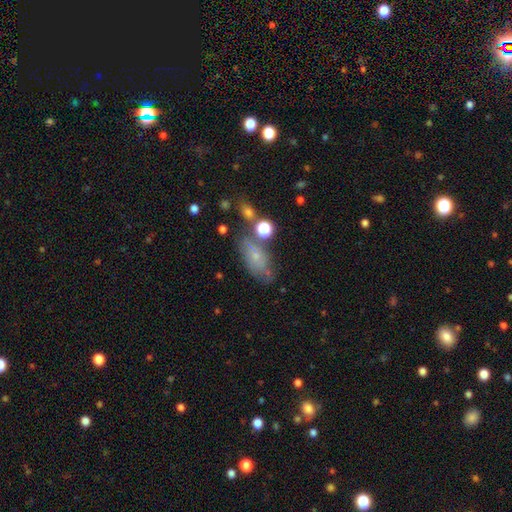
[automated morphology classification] smooth-or-featured: smooth: 55% | featured or disk: 31% | star or artifact: 14%
  how-rounded: in between: 81% | round: 11% | cigar-shaped: 9%
  merging: none: 49% | minor disturbance: 25% | major disturbance: 14% | merger: 11%